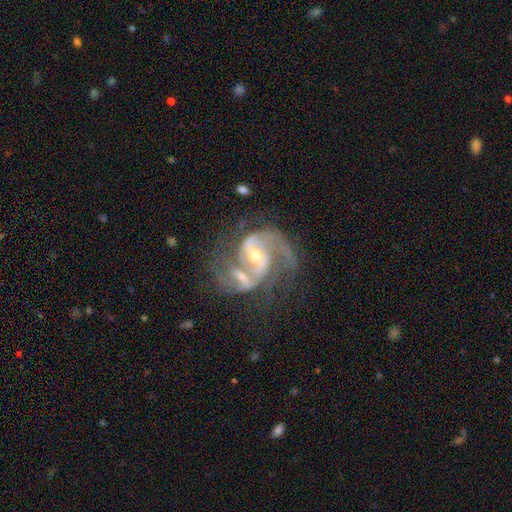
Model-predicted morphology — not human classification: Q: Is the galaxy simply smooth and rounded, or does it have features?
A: featured or disk — 90%.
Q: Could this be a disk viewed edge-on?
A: no — 98%.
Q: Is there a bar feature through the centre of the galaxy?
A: weak — 39%, tied with no.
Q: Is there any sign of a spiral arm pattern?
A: yes — 97%.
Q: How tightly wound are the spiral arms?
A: medium — 55%.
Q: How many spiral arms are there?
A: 2 — 69%.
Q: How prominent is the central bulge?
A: moderate — 51%.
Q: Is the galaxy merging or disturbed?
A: merger — 38%.